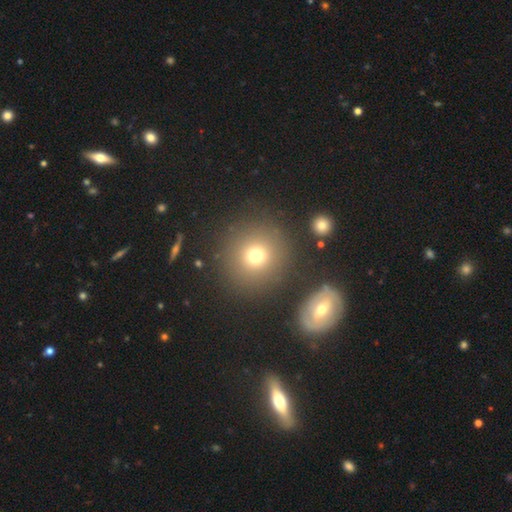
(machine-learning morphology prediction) Q: Smooth or featured?
A: smooth (72%); runner-up: star or artifact (17%)
Q: How rounded?
A: round (92%); runner-up: in between (7%)
Q: Merging?
A: none (83%); runner-up: minor disturbance (7%)